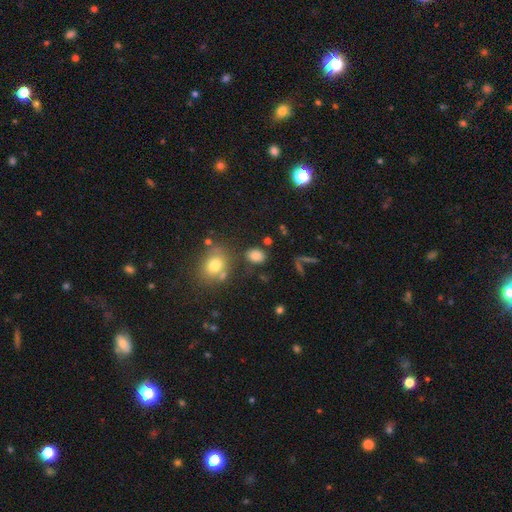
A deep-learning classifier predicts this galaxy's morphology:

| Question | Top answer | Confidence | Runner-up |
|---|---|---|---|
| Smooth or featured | smooth | 81% | star or artifact (13%) |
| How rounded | in between | 64% | round (34%) |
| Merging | none | 74% | minor disturbance (14%) |